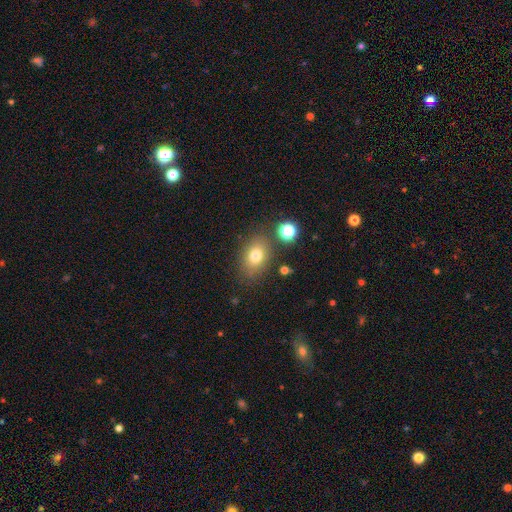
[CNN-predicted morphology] This appears to be a smooth galaxy with no disk features (75%) that is in between round and cigar-shaped (71%). Merging: none (78%).